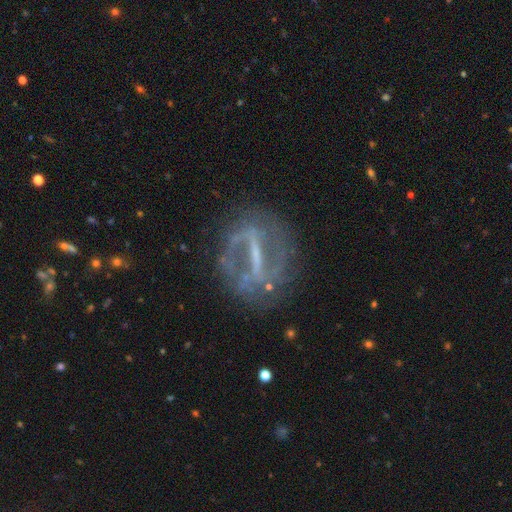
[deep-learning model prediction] Smooth or featured: featured or disk — 78% (smooth — 12%)
Edge-on disk: no — 86% (yes — 14%)
Bar: strong — 77% (weak — 16%)
Spiral arms: yes — 58% (no — 42%)
Bulge size: none — 43% (small — 37%)
Merging: none — 71% (minor disturbance — 14%)